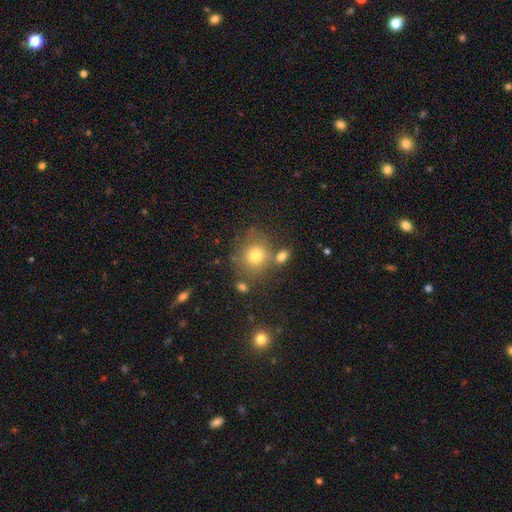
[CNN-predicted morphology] smooth 75%, star or artifact 13%, featured or disk 12%. Down the decision tree: how rounded — round (82%); merging — none (68%).